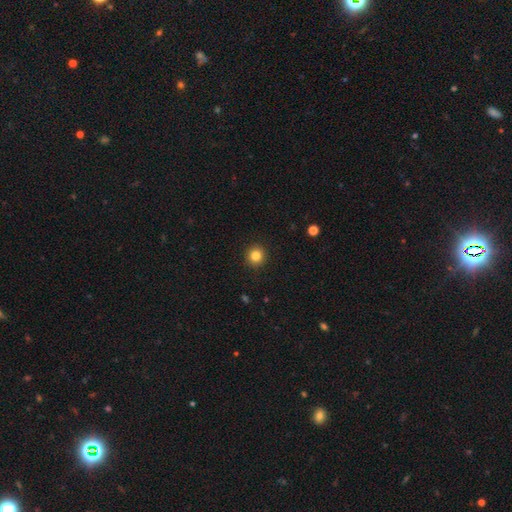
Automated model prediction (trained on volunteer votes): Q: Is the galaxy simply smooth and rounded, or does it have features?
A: smooth — 84%.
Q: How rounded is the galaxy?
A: round — 94%.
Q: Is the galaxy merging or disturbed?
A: none — 93%.